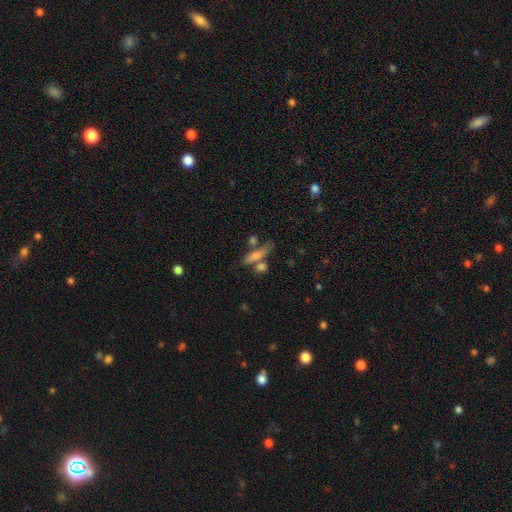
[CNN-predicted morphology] The model was most divided on "smooth or featured": smooth: 60%, featured or disk: 31%, star or artifact: 9%. More confident: how rounded — cigar-shaped (76%); merging — none (56%).